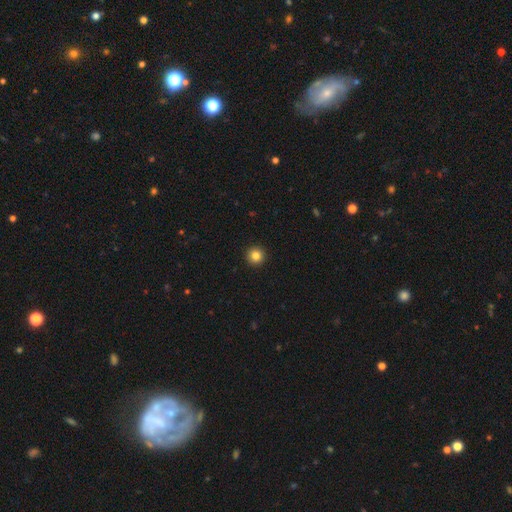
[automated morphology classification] Smooth or featured?
  - smooth: 84% *
  - star or artifact: 11%
  - featured or disk: 5%
How rounded?
  - round: 96% *
  - in between: 3%
  - cigar-shaped: 1%
Merging?
  - none: 94% *
  - minor disturbance: 4%
  - major disturbance: 1%
  - merger: 1%